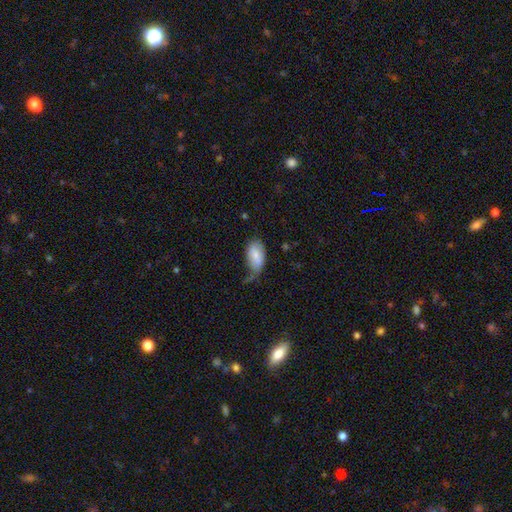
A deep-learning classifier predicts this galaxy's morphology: smooth-or-featured: smooth: 78% | featured or disk: 16% | star or artifact: 7%
  how-rounded: in between: 94% | round: 4% | cigar-shaped: 2%
  merging: minor disturbance: 40% | none: 36% | major disturbance: 19% | merger: 5%